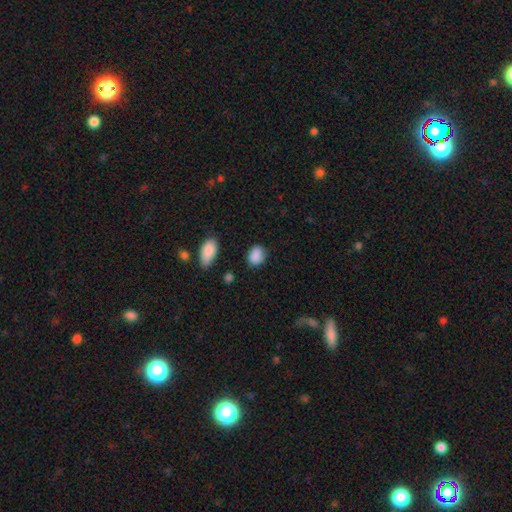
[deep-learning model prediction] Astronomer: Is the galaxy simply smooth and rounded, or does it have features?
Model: smooth — 88%.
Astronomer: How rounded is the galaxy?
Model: in between — 62%.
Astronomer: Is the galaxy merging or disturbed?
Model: none — 75%.